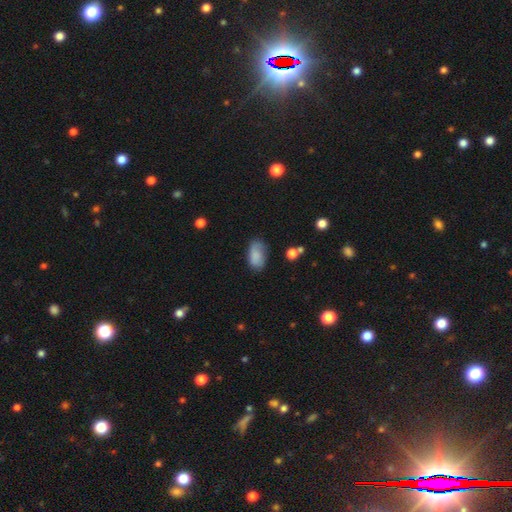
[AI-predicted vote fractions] Overall: smooth (78%). How rounded: in between (92%). Merging: none (63%; minor disturbance 26%).